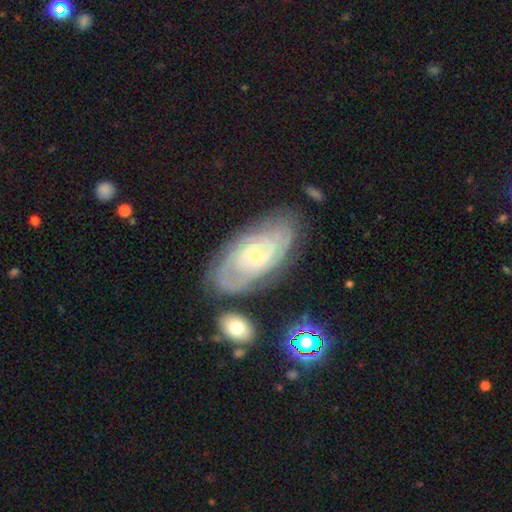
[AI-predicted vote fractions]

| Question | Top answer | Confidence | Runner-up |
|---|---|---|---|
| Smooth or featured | featured or disk | 81% | smooth (12%) |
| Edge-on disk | no | 95% | yes (5%) |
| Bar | no | 46% | weak (44%) |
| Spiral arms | yes | 93% | no (7%) |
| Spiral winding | tight | 65% | medium (28%) |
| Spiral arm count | can't tell | 41% | 2 (31%) |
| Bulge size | small | 76% | moderate (19%) |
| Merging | none | 71% | minor disturbance (17%) |